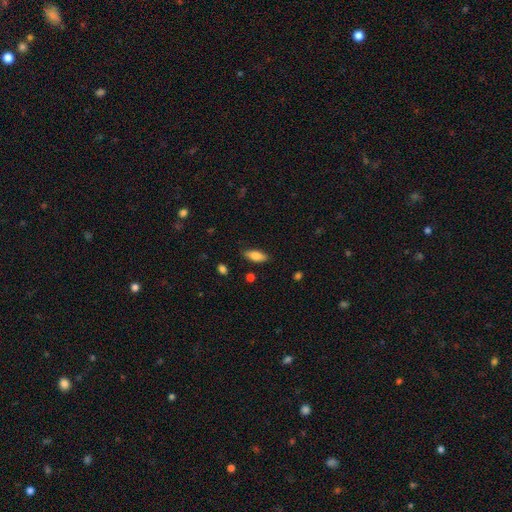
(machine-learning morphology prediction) smooth_or_featured: smooth (p=0.83) [alt: featured or disk p=0.11]
how_rounded: in between (p=0.79) [alt: cigar-shaped p=0.19]
merging: none (p=0.85) [alt: minor disturbance p=0.11]